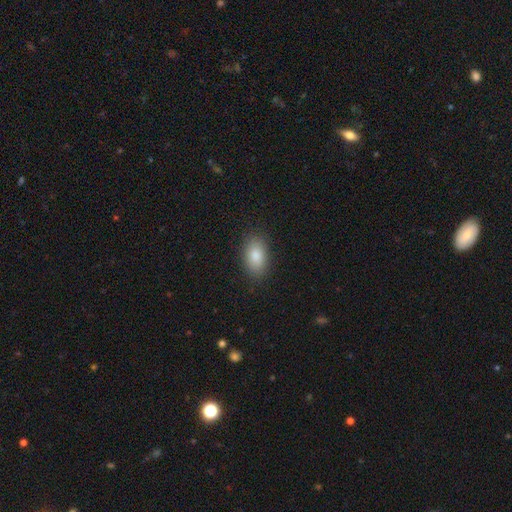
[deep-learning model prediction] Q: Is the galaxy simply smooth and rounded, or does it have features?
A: smooth — 85%.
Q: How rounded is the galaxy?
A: in between — 92%.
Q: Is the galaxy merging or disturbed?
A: none — 87%.